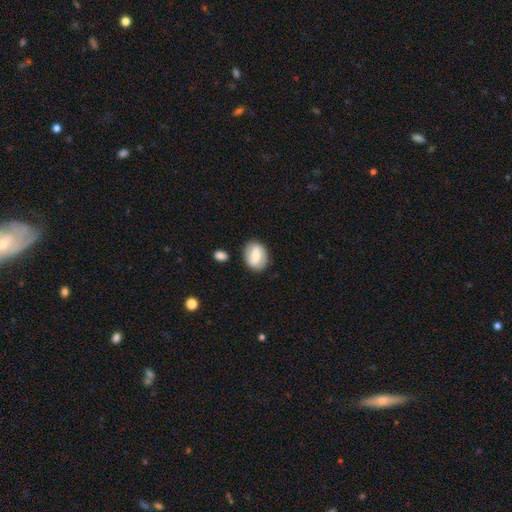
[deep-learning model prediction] Morphology: type=smooth (56%); roundness=in between (64%); merging=none (82%).